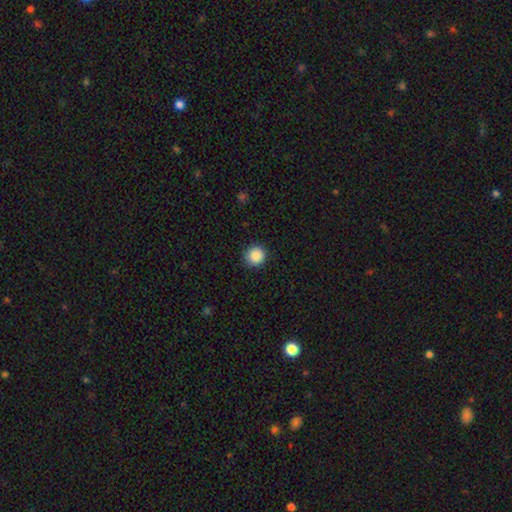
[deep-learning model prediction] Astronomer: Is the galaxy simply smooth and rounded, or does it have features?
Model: smooth — 88%.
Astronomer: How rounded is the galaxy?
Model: round — 92%.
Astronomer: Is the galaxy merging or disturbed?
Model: none — 90%.